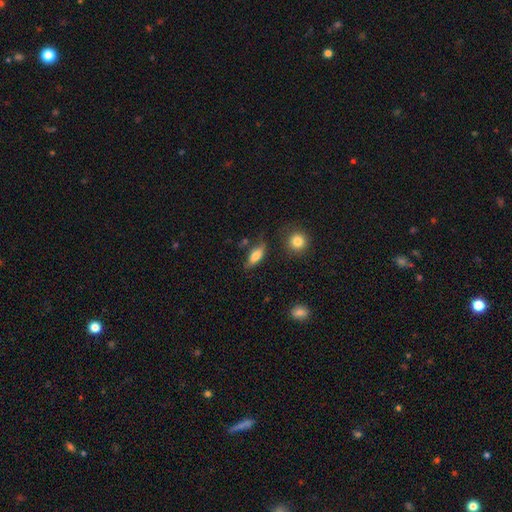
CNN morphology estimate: smooth_or_featured: smooth (p=0.80) [alt: featured or disk p=0.13]
how_rounded: in between (p=0.80) [alt: cigar-shaped p=0.17]
merging: none (p=0.69) [alt: minor disturbance p=0.20]